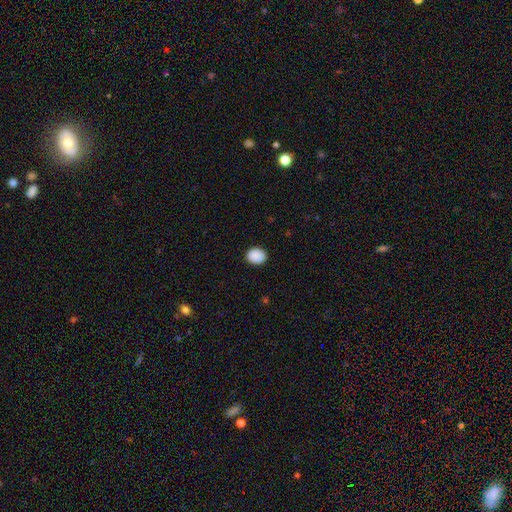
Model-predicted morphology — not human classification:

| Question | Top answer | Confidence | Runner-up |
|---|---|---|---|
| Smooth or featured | smooth | 90% | star or artifact (8%) |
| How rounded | round | 53% | in between (46%) |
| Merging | none | 87% | minor disturbance (10%) |